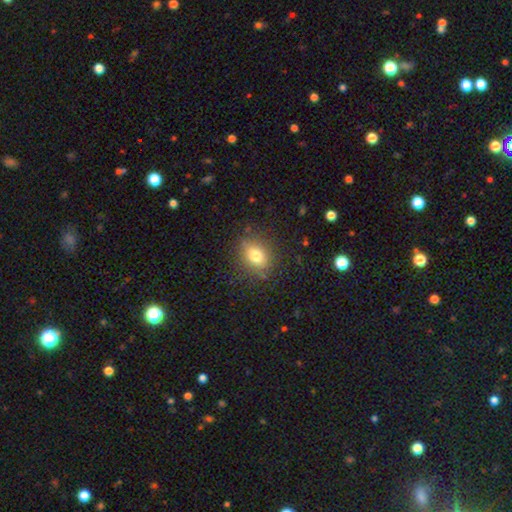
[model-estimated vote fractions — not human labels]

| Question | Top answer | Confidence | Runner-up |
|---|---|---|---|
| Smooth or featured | smooth | 77% | star or artifact (12%) |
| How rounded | in between | 53% | round (46%) |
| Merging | none | 83% | minor disturbance (12%) |